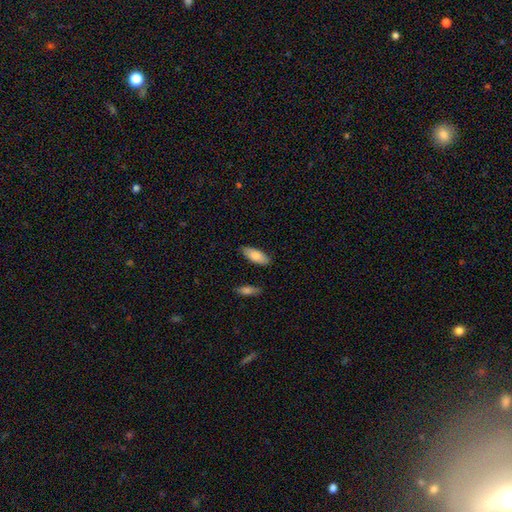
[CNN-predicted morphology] The model was most divided on "how rounded": in between: 80%, cigar-shaped: 18%, round: 2%. More confident: merging — none (84%); smooth or featured — smooth (82%).